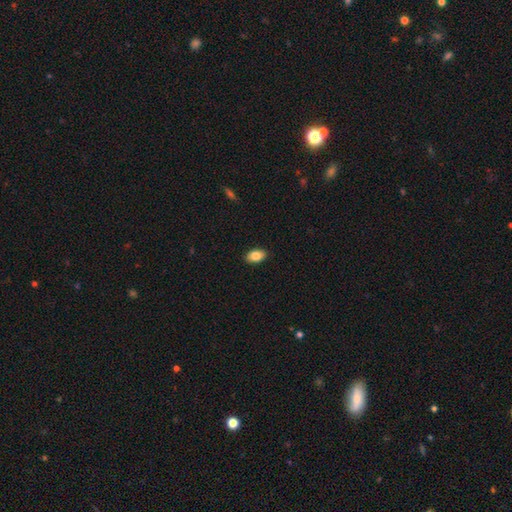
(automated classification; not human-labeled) smooth-or-featured: smooth: 84% | featured or disk: 8% | star or artifact: 7%
  how-rounded: in between: 91% | round: 8% | cigar-shaped: 2%
  merging: none: 89% | minor disturbance: 8% | major disturbance: 2% | merger: 1%